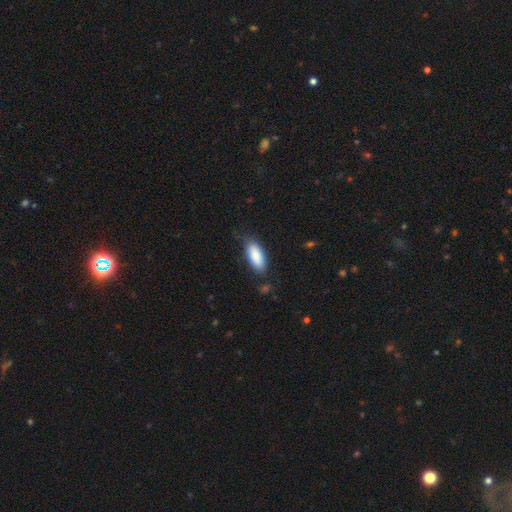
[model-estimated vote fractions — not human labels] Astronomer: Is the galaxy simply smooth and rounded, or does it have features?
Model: smooth — 88%.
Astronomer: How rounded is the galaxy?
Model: in between — 82%.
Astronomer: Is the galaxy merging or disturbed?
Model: none — 78%.